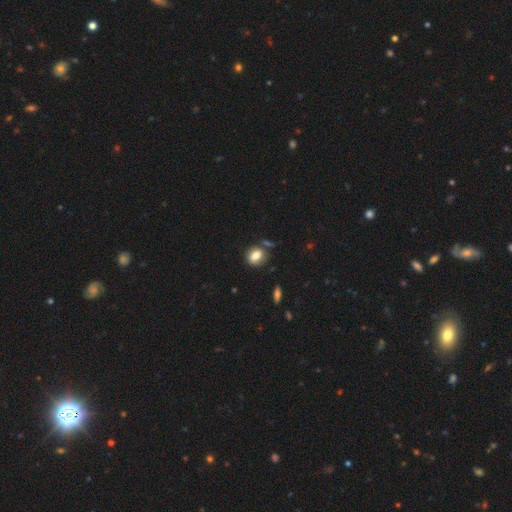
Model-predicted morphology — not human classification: smooth_or_featured: smooth (p=0.81) [alt: featured or disk p=0.10]
how_rounded: in between (p=0.57) [alt: round p=0.41]
merging: none (p=0.69) [alt: minor disturbance p=0.17]